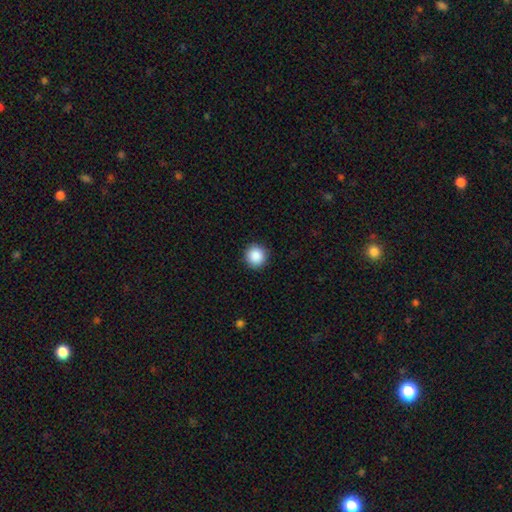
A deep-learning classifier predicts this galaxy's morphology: smooth_or_featured: smooth (p=0.89) [alt: star or artifact p=0.08]
how_rounded: round (p=0.94) [alt: in between p=0.05]
merging: none (p=0.92) [alt: minor disturbance p=0.05]